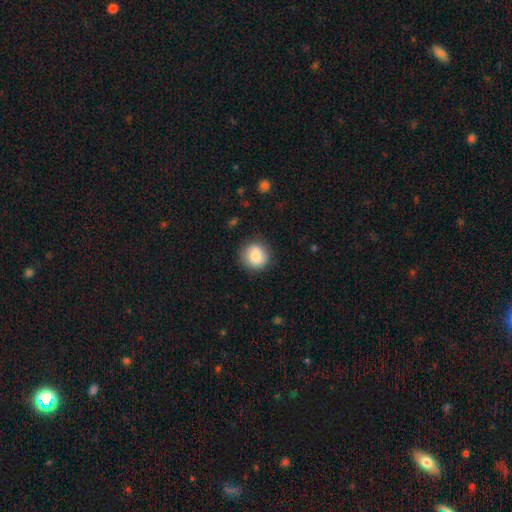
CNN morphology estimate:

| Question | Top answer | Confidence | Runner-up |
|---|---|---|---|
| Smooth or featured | smooth | 83% | featured or disk (10%) |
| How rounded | round | 90% | in between (9%) |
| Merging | none | 86% | minor disturbance (10%) |